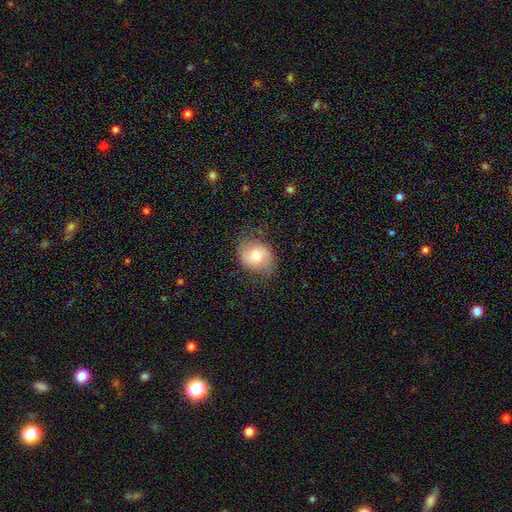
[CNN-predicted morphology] Smooth or featured? Predicted: featured or disk (p=0.51). Edge-on disk? Predicted: no (p=0.97). Merging? Predicted: none (p=0.70).